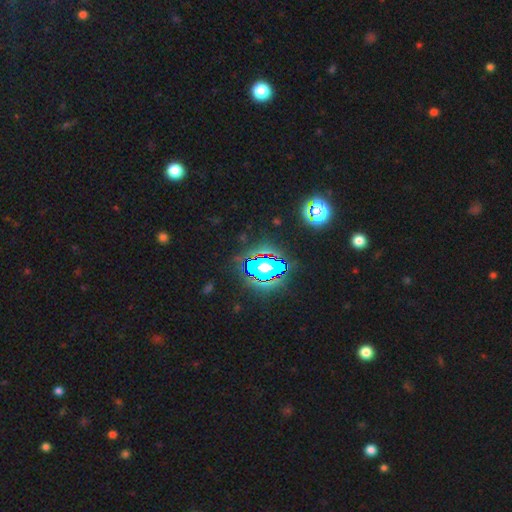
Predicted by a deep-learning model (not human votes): The model was most divided on "smooth or featured": star or artifact: 77%, smooth: 14%, featured or disk: 10%.